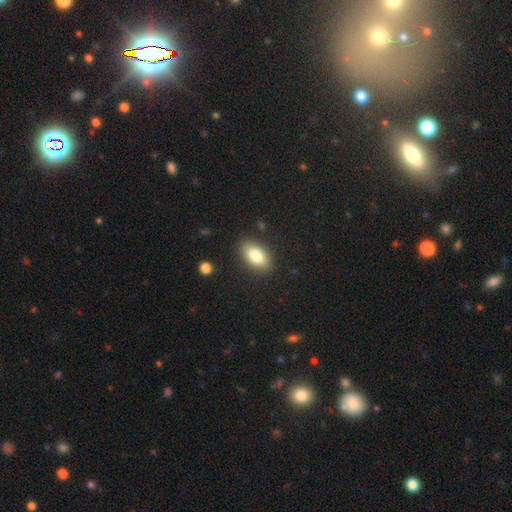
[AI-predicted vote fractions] Overall: smooth (81%). How rounded: in between (91%). Merging: none (87%).